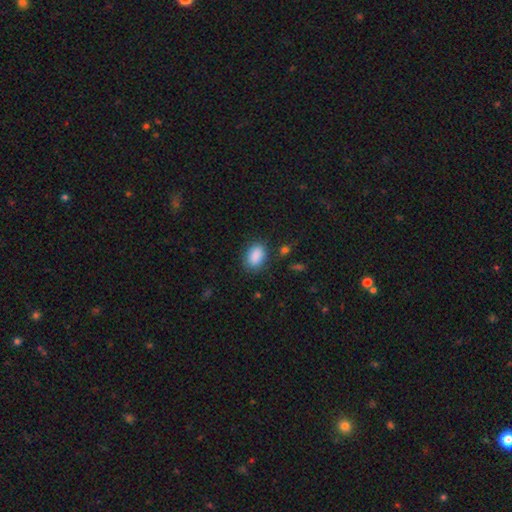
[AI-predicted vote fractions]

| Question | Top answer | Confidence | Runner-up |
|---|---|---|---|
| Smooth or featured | smooth | 89% | star or artifact (7%) |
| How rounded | in between | 86% | round (13%) |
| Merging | none | 81% | minor disturbance (14%) |